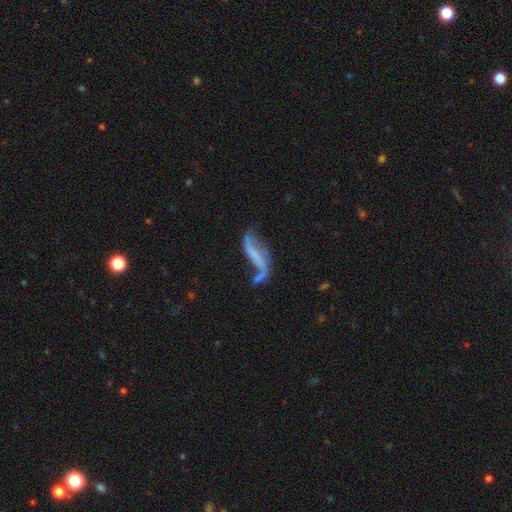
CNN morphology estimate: This is likely a featured or disk galaxy (69%). It is clearly not viewed edge-on (82%). Bar: marginally no (39%). Spiral arm pattern: likely yes (73%). Central bulge: likely none (64%). Merging: marginally none (37%).